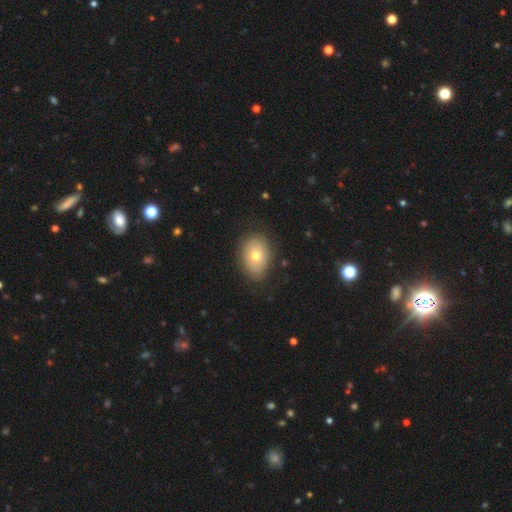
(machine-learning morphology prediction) This is likely a smooth galaxy (68%). How rounded: likely in between (73%). Merging: clearly none (81%).